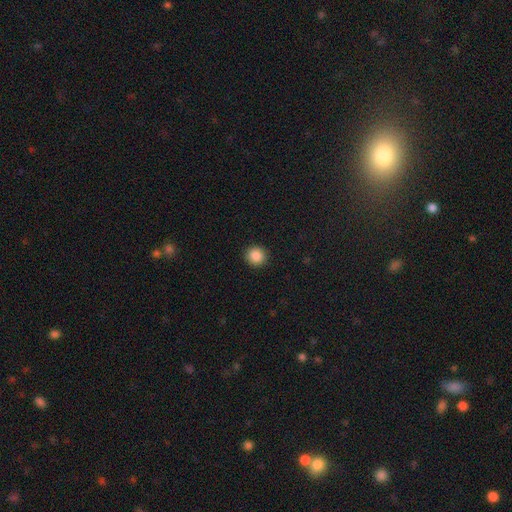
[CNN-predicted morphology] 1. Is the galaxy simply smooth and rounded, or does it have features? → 87% smooth, 10% star or artifact, 3% featured or disk.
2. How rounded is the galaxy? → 94% round, 5% in between, 1% cigar-shaped.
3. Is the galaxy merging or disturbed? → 92% none, 5% minor disturbance, 2% major disturbance, 1% merger.